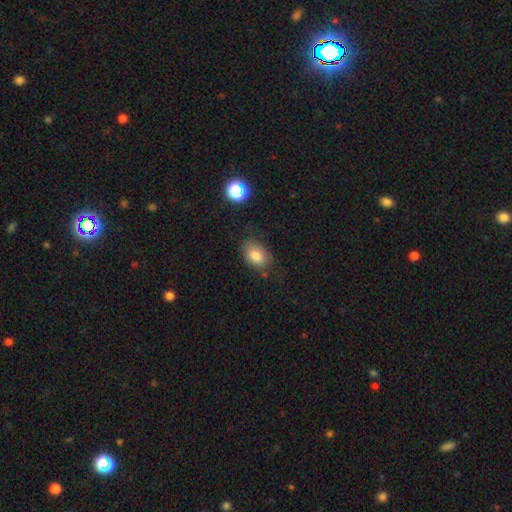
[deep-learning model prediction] smooth-or-featured: smooth: 81% | star or artifact: 10% | featured or disk: 9%
  how-rounded: in between: 84% | round: 14% | cigar-shaped: 1%
  merging: none: 68% | minor disturbance: 22% | major disturbance: 6% | merger: 3%